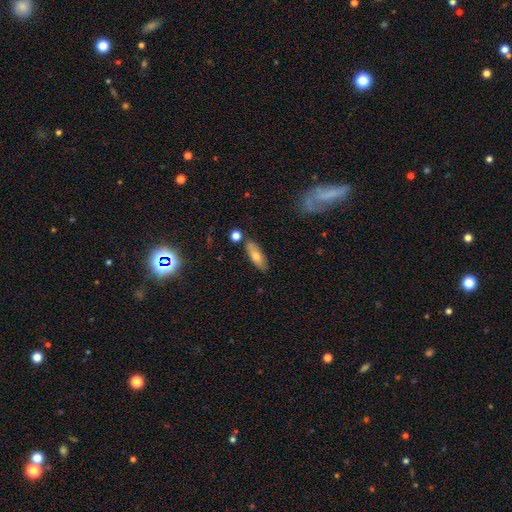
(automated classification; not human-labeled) Morphology: type=smooth (69%); roundness=in between (63%); merging=none (80%).